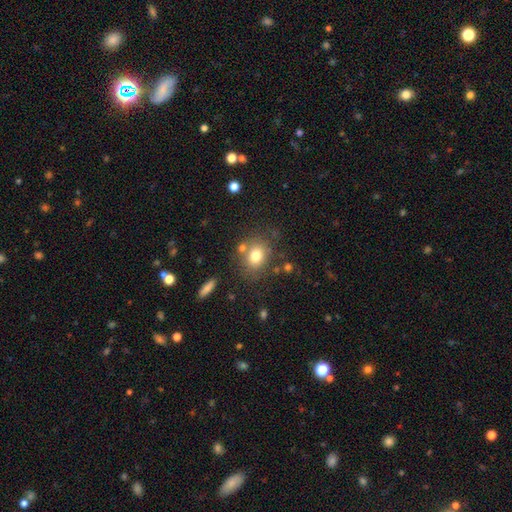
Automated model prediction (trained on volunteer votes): This appears to be a smooth galaxy with no disk features (77%) that is round (54%). Merging: none (71%).